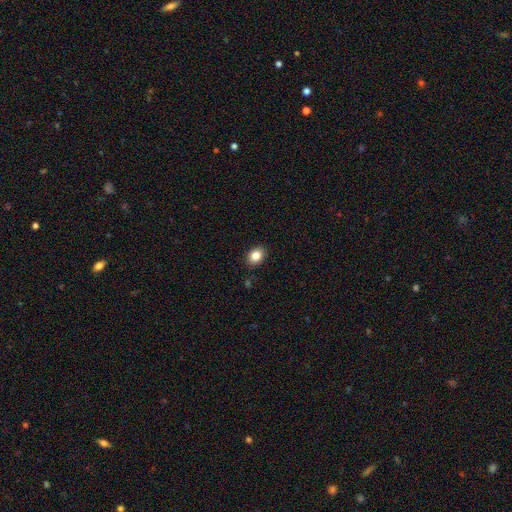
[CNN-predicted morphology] Overall: smooth (84%). How rounded: in between (64%; round 35%). Merging: none (88%).